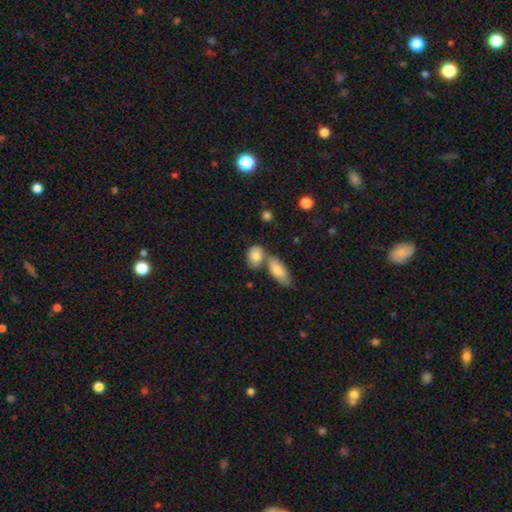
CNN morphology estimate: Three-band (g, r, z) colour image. It shows a smooth galaxy with no disk features (81%) that is in between round and cigar-shaped (81%). Merging: none (48%).